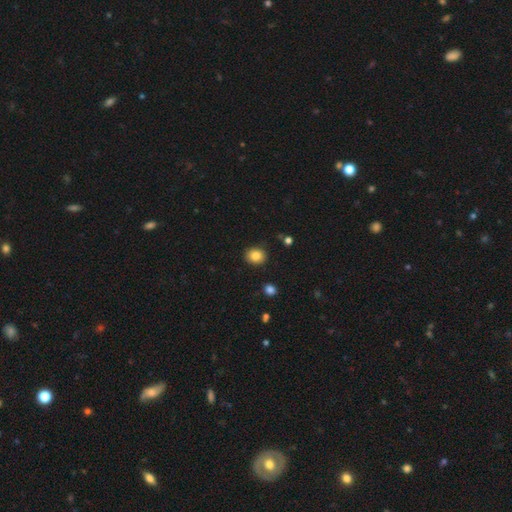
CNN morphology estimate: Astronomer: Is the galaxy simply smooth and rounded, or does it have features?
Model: smooth — 84%.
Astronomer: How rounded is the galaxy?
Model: round — 61% (runner-up: in between, 39%).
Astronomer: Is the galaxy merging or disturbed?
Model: none — 88%.